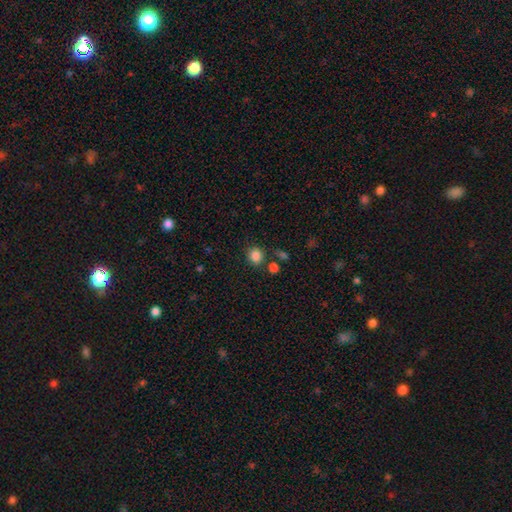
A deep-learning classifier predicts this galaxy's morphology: A smooth galaxy with no disk features (85%) that is round (82%). Merging: none (79%).